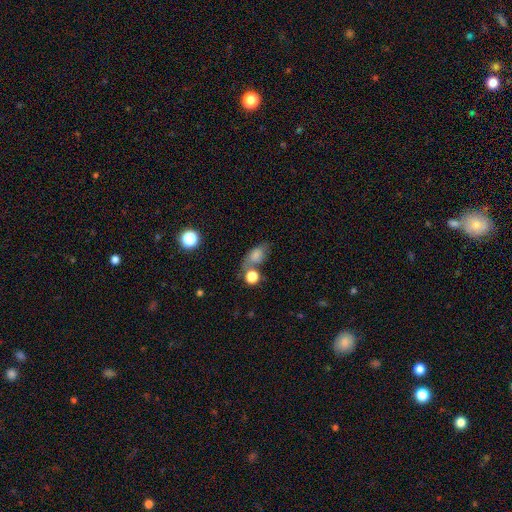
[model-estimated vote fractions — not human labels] Smooth or featured?
  - smooth: 73% *
  - featured or disk: 15%
  - star or artifact: 12%
How rounded?
  - in between: 74% *
  - round: 21%
  - cigar-shaped: 5%
Merging?
  - none: 44% *
  - merger: 24%
  - minor disturbance: 20%
  - major disturbance: 12%